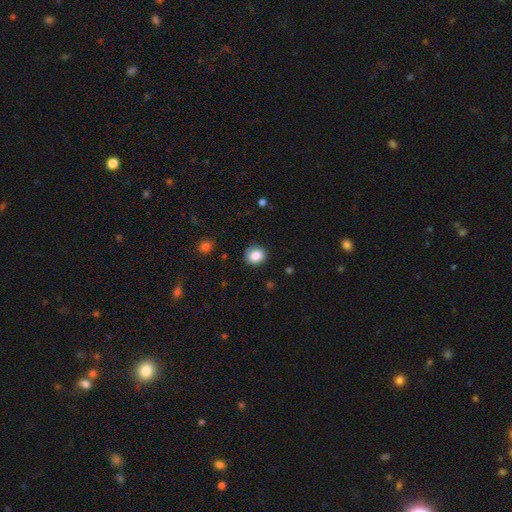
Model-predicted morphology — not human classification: Smooth or featured: smooth — 85% (star or artifact — 9%)
How rounded: round — 76% (in between — 24%)
Merging: none — 86% (minor disturbance — 10%)